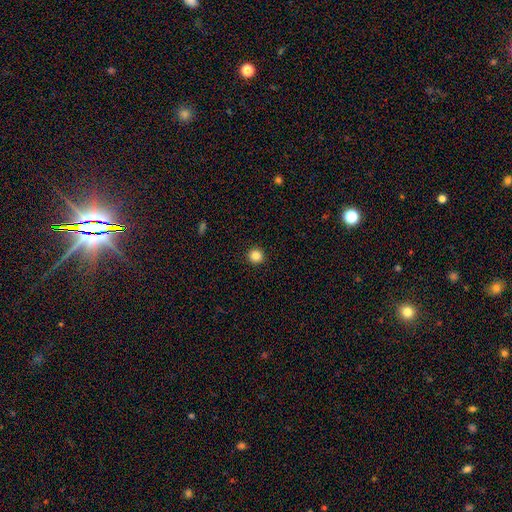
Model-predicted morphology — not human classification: smooth-or-featured: smooth: 84% | star or artifact: 12% | featured or disk: 4%
  how-rounded: round: 95% | in between: 4% | cigar-shaped: 1%
  merging: none: 93% | minor disturbance: 4% | major disturbance: 2% | merger: 1%